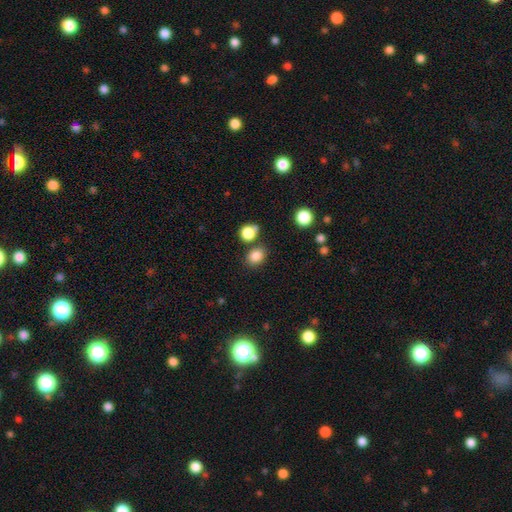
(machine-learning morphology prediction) smooth 84%, star or artifact 12%, featured or disk 5%. Down the decision tree: how rounded — round (54%); merging — none (75%).